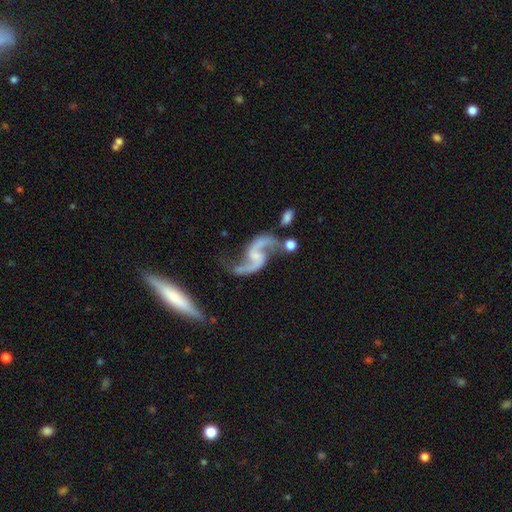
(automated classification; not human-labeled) Smooth or featured? Predicted: featured or disk (p=0.92). Edge-on disk? Predicted: no (p=0.97). Bar? Predicted: no (p=0.45). Spiral arms? Predicted: yes (p=0.97). Spiral winding? Predicted: loose (p=0.80). Spiral arm count? Predicted: 2 (p=0.94). Bulge size? Predicted: none (p=0.42). Merging? Predicted: none (p=0.60).